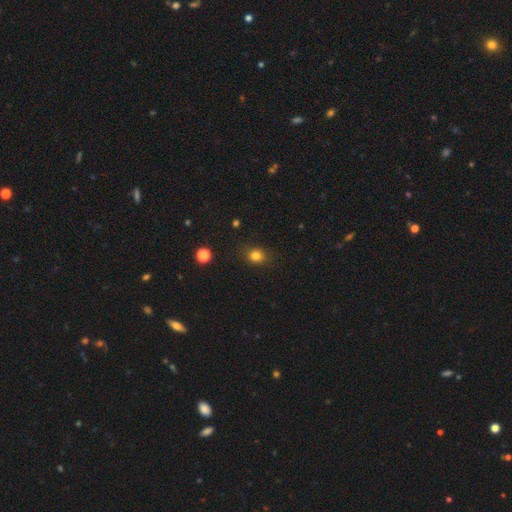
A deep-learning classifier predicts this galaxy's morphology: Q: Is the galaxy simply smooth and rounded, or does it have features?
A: smooth — 81%.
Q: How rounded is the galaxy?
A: round — 67%.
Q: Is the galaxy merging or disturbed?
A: none — 85%.